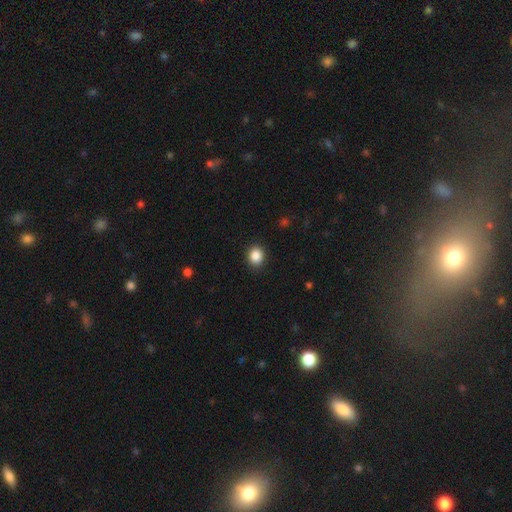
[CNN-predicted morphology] Smooth or featured: smooth — 87% (star or artifact — 9%)
How rounded: round — 69% (in between — 30%)
Merging: none — 90% (minor disturbance — 7%)